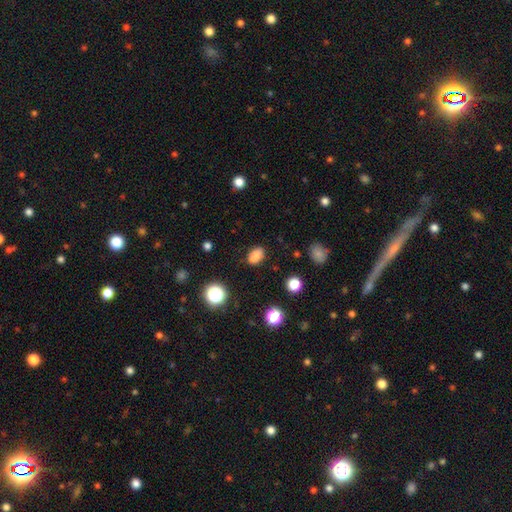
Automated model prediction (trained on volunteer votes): Q: Smooth or featured?
A: smooth (73%); runner-up: star or artifact (15%)
Q: How rounded?
A: in between (75%); runner-up: round (24%)
Q: Merging?
A: none (71%); runner-up: minor disturbance (16%)